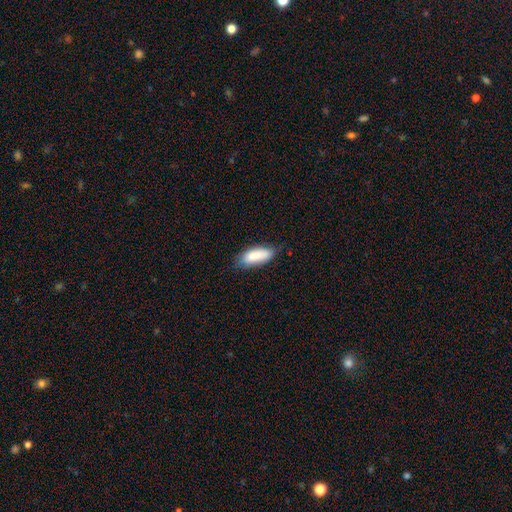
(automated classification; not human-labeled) Smooth or featured? Predicted: smooth (p=0.84). How rounded? Predicted: in between (p=0.75). Merging? Predicted: none (p=0.68).